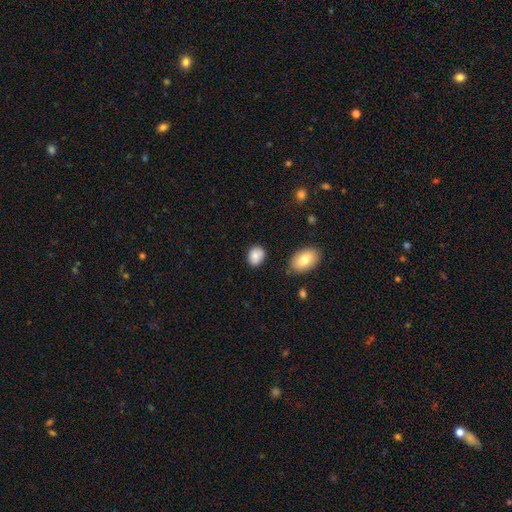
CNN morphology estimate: Overall: smooth (83%). How rounded: in between (54%; round 45%). Merging: none (77%).